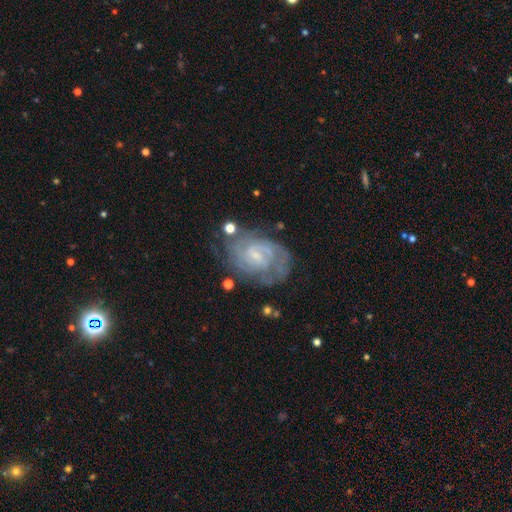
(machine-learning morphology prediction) Smooth or featured? featured or disk (79%)
Edge-on disk? no (97%)
Bar? weak (51%)
Spiral arms? yes (90%)
Spiral winding? tight (59%)
Spiral arm count? can't tell (39%)
Bulge size? small (62%)
Merging? none (65%)